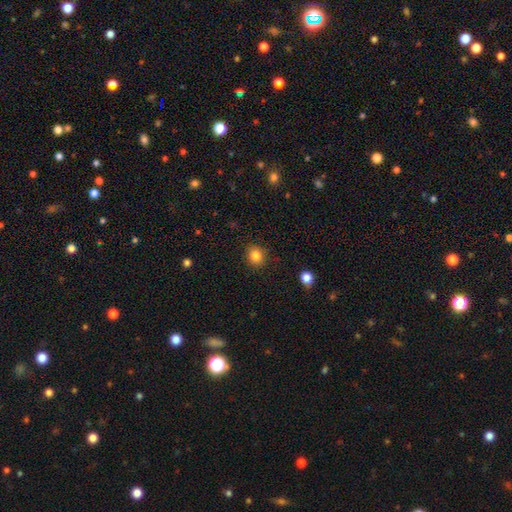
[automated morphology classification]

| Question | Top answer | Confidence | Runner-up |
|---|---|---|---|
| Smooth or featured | smooth | 85% | star or artifact (11%) |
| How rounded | round | 75% | in between (25%) |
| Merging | none | 87% | minor disturbance (9%) |